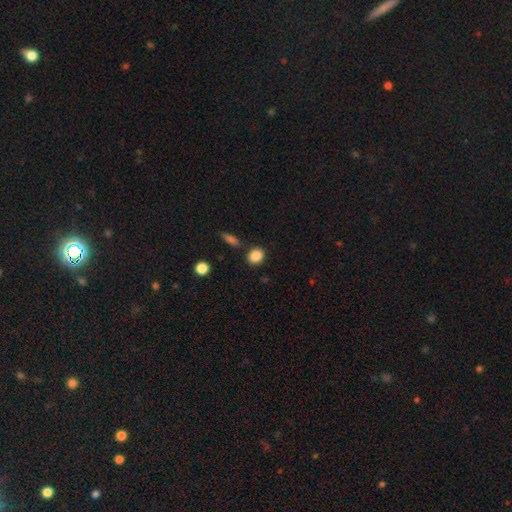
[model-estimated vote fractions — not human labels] Smooth or featured: smooth — 87% (star or artifact — 9%)
How rounded: round — 62% (in between — 37%)
Merging: none — 82% (minor disturbance — 10%)